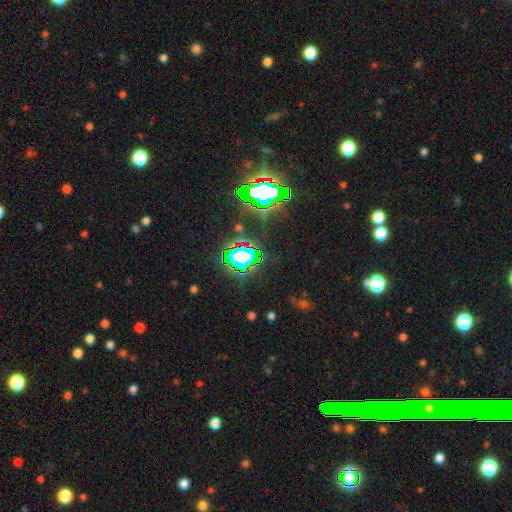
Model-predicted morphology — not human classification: Overall: star or artifact (81%).